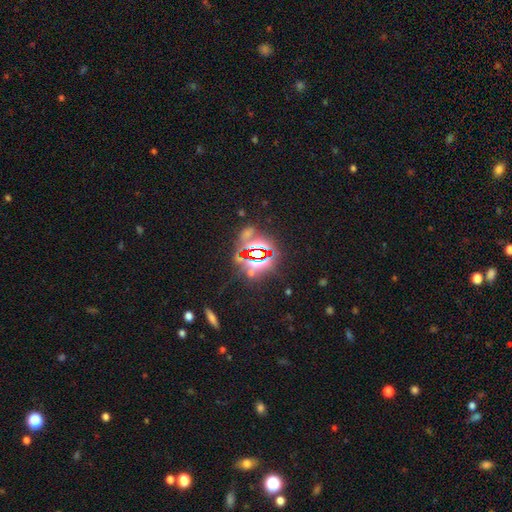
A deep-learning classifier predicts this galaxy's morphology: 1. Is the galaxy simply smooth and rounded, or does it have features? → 78% star or artifact, 13% smooth, 9% featured or disk.